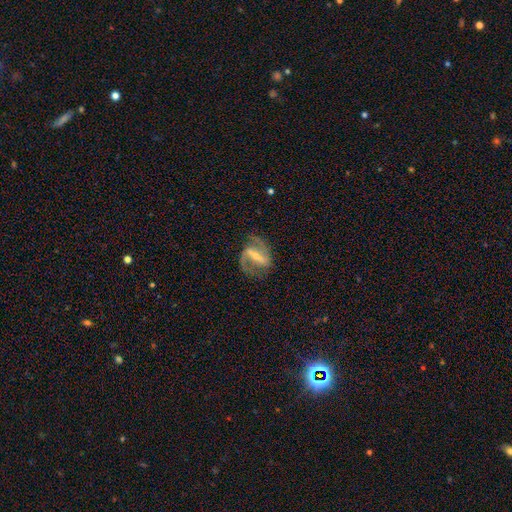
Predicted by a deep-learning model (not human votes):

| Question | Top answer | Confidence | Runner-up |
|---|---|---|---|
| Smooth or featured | featured or disk | 88% | smooth (7%) |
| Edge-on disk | no | 96% | yes (4%) |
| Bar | strong | 71% | weak (22%) |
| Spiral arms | yes | 93% | no (7%) |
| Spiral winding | medium | 50% | loose (34%) |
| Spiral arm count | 2 | 90% | can't tell (3%) |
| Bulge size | small | 59% | moderate (33%) |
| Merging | none | 74% | minor disturbance (15%) |